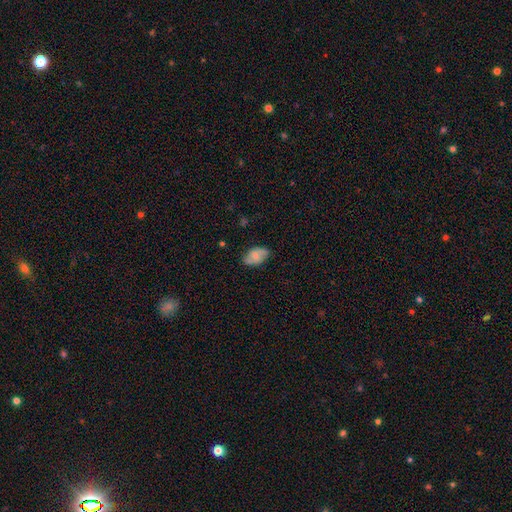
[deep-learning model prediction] Smooth or featured?
  - smooth: 67% *
  - featured or disk: 26%
  - star or artifact: 7%
How rounded?
  - in between: 91% *
  - round: 7%
  - cigar-shaped: 2%
Merging?
  - none: 71% *
  - minor disturbance: 23%
  - major disturbance: 4%
  - merger: 2%